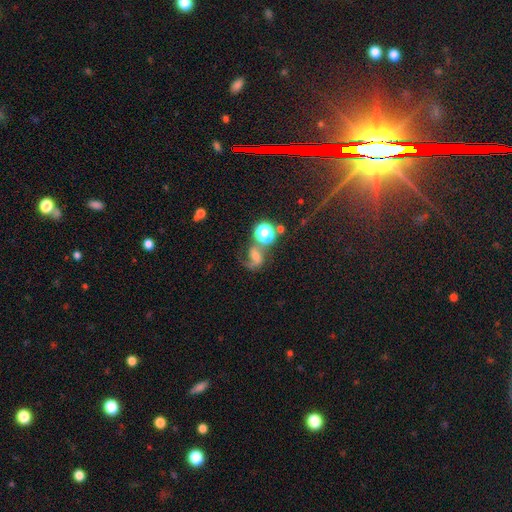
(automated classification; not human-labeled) Smooth or featured? Predicted: featured or disk (p=0.53). Edge-on disk? Predicted: no (p=0.96). Bar? Predicted: no (p=0.42). Spiral arms? Predicted: yes (p=0.86). Bulge size? Predicted: moderate (p=0.46). Merging? Predicted: none (p=0.43).